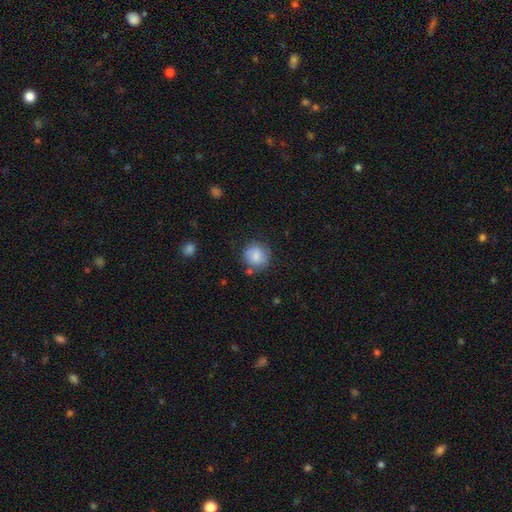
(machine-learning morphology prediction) Smooth or featured? Predicted: smooth (p=0.78). How rounded? Predicted: round (p=0.88). Merging? Predicted: none (p=0.72).